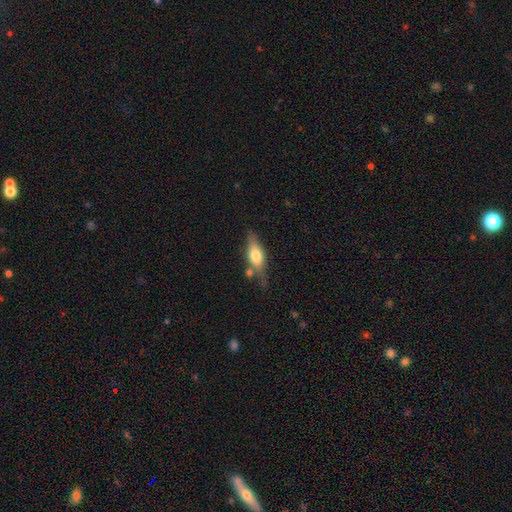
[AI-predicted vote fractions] This appears to be a smooth galaxy with no disk features (53%) that is in between round and cigar-shaped (60%). Merging: none (59%).